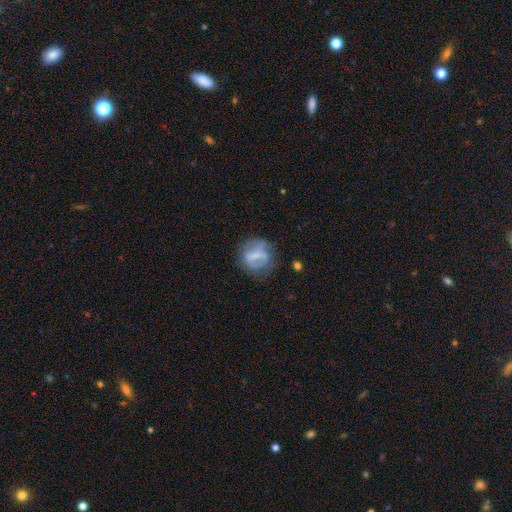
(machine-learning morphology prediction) A featured or disk galaxy (52%).

Vote fractions:
- Smooth or featured? featured or disk: 52% / smooth: 39% / star or artifact: 9%
- Edge-on disk? no: 95% / yes: 5%
- Merging? none: 62% / minor disturbance: 20% / major disturbance: 14% / merger: 3%